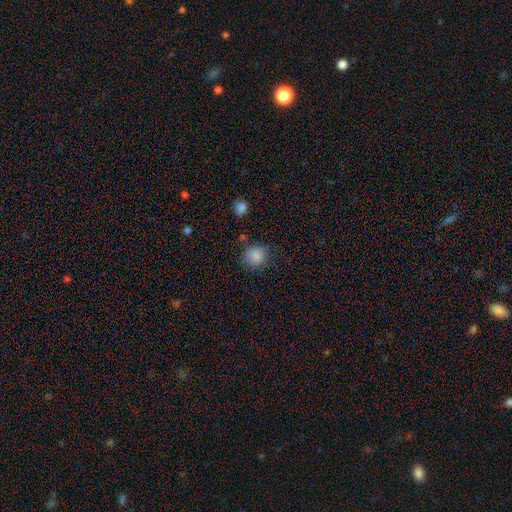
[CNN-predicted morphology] This appears to be a smooth galaxy with no disk features (85%) that is round (87%). Merging: none (79%).